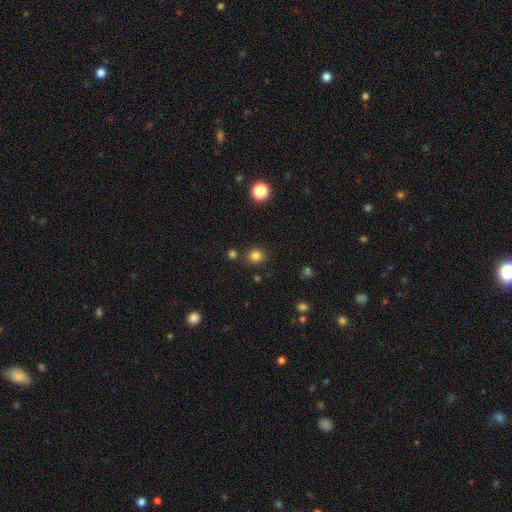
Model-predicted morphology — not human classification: This is clearly a smooth galaxy (81%). How rounded: clearly round (82%). Merging: clearly none (83%).